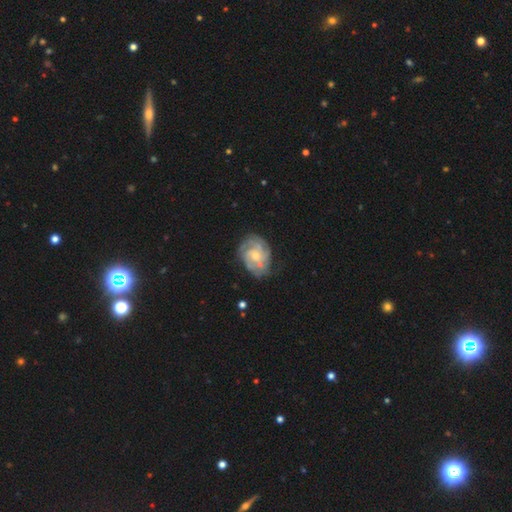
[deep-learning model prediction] Smooth or featured? featured or disk (80%)
Edge-on disk? no (98%)
Bar? no (68%)
Spiral arms? yes (92%)
Spiral winding? tight (60%)
Spiral arm count? can't tell (36%)
Bulge size? small (53%)
Merging? none (66%)